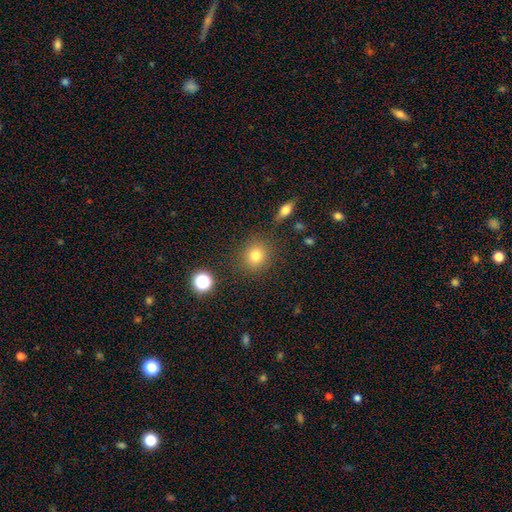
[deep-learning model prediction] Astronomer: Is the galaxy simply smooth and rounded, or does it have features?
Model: smooth — 79%.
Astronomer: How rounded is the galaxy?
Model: round — 86%.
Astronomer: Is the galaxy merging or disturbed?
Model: none — 86%.